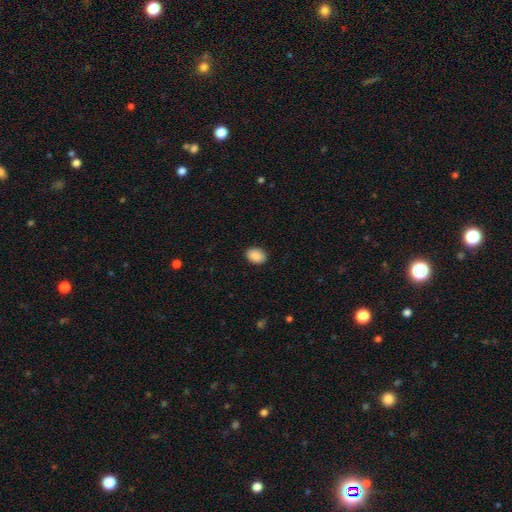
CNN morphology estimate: Q: Smooth or featured?
A: smooth (90%); runner-up: star or artifact (7%)
Q: How rounded?
A: in between (77%); runner-up: round (22%)
Q: Merging?
A: none (89%); runner-up: minor disturbance (8%)